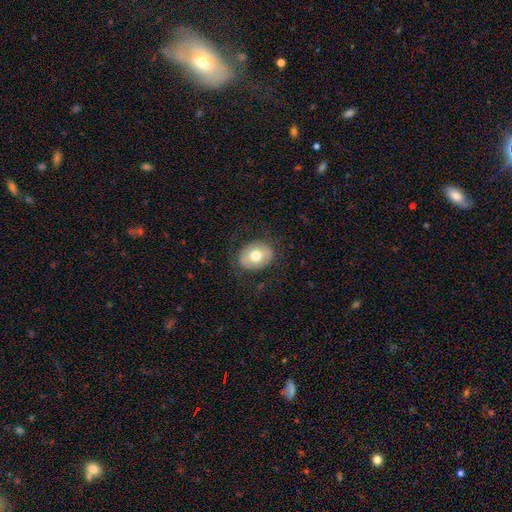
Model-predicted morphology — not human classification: type=smooth (63%); roundness=in between (55%); merging=none (79%).